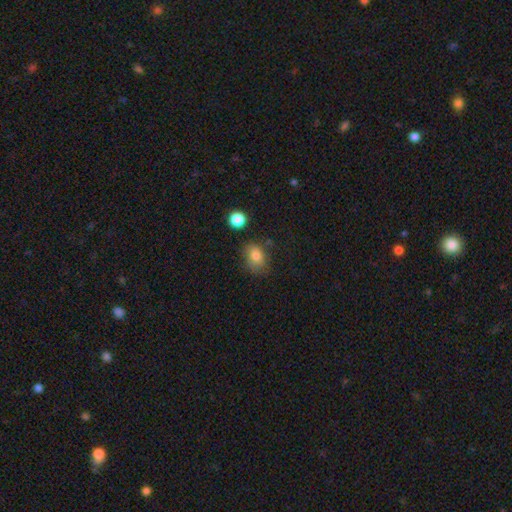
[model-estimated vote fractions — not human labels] Smooth or featured? smooth (80%)
How rounded? in between (61%)
Merging? none (67%)